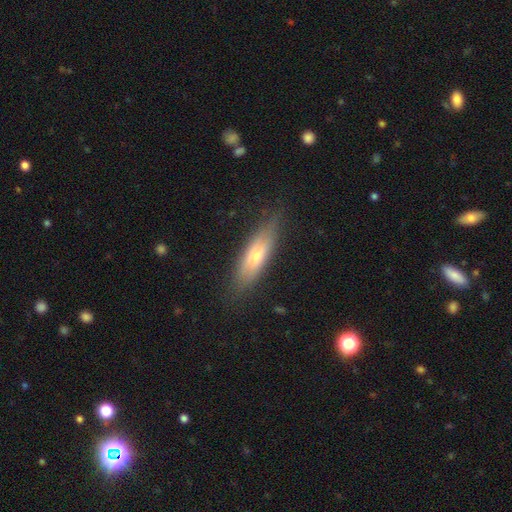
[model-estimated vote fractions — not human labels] A smooth galaxy with no disk features (59%) that is cigar-shaped (60%). Merging: none (84%).